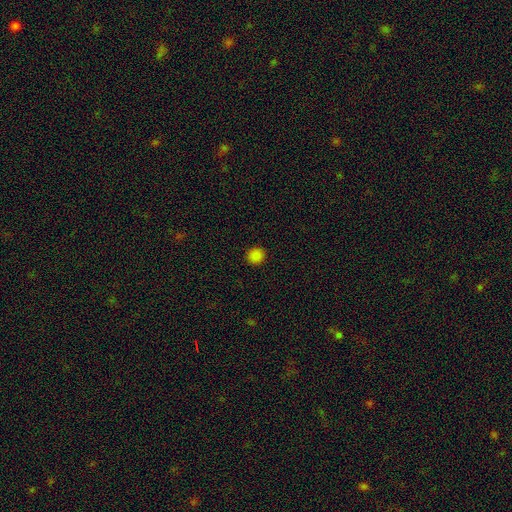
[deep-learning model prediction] Smooth or featured? Predicted: smooth (p=0.84). How rounded? Predicted: round (p=0.91). Merging? Predicted: none (p=0.92).